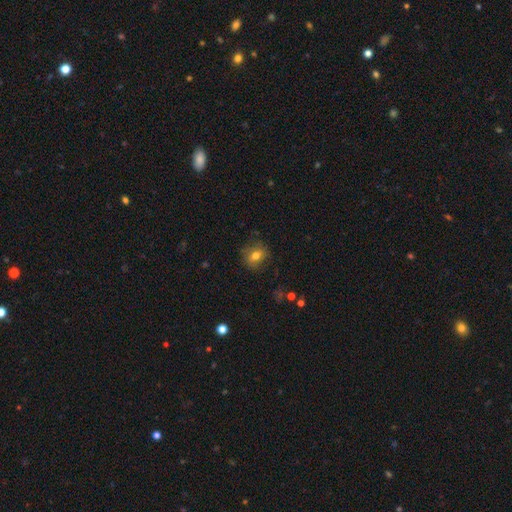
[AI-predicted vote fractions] Smooth or featured?
  - smooth: 71% *
  - featured or disk: 17%
  - star or artifact: 11%
How rounded?
  - round: 65% *
  - in between: 34%
  - cigar-shaped: 1%
Merging?
  - none: 78% *
  - minor disturbance: 16%
  - major disturbance: 5%
  - merger: 1%